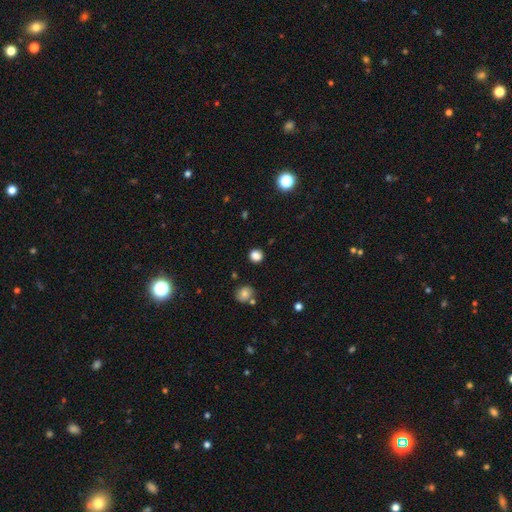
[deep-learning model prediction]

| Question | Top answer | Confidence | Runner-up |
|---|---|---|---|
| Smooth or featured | smooth | 81% | star or artifact (15%) |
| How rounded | round | 87% | in between (12%) |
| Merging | none | 87% | minor disturbance (8%) |